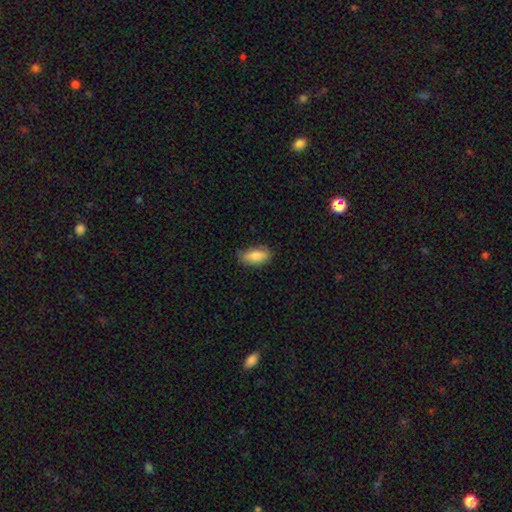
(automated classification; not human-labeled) A smooth galaxy with no disk features (86%) that is in between round and cigar-shaped (89%).

Vote fractions:
- Smooth or featured? smooth: 86% / featured or disk: 8% / star or artifact: 7%
- How rounded? in between: 89% / cigar-shaped: 8% / round: 3%
- Merging? none: 73% / minor disturbance: 22% / major disturbance: 4% / merger: 1%